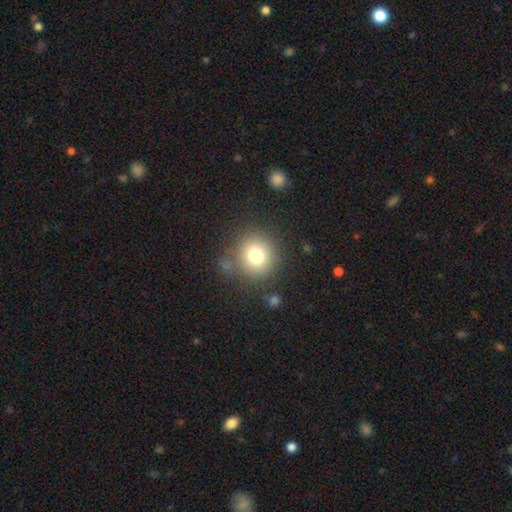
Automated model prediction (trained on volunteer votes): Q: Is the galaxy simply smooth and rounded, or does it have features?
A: smooth — 78%.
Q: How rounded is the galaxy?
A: round — 91%.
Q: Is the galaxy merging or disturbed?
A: none — 81%.